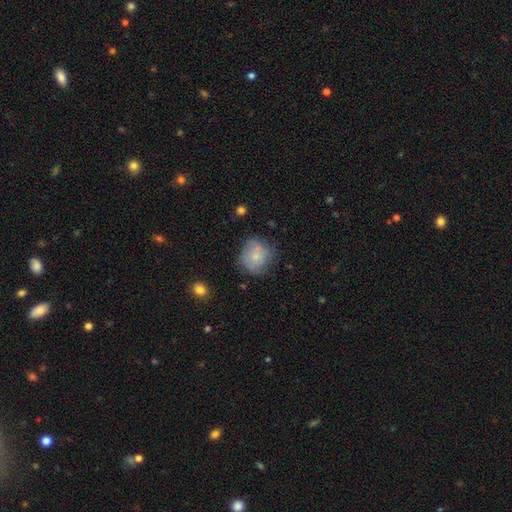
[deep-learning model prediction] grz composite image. It shows a smooth galaxy with no disk features (65%) that is round (81%). Merging: none (57%).